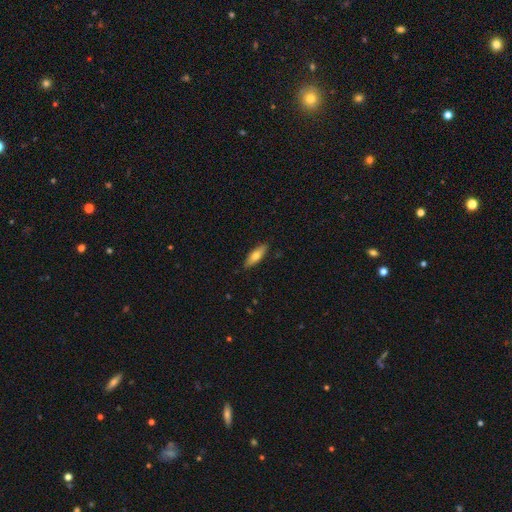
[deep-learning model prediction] smooth 66%, featured or disk 28%, star or artifact 6%. Down the decision tree: how rounded — in between (51%); merging — none (87%).